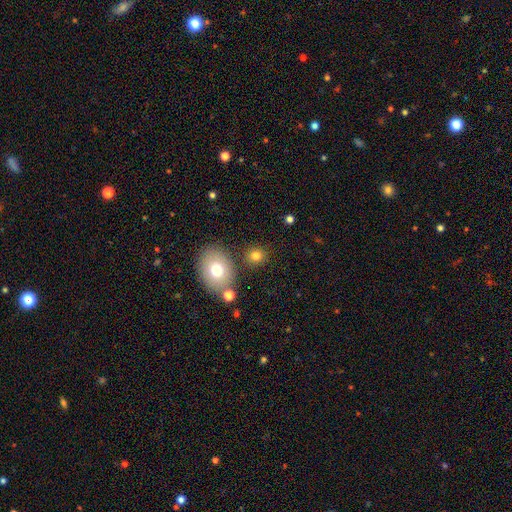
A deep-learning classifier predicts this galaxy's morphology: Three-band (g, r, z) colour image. It shows a smooth galaxy with no disk features (79%) that is round (76%). Merging: none (79%).